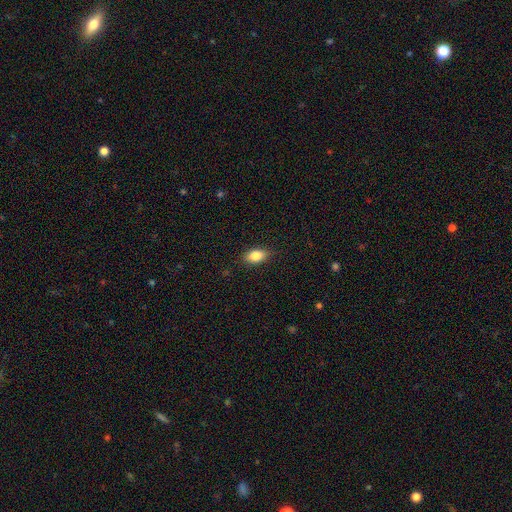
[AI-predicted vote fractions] Overall: smooth (83%). How rounded: in between (87%). Merging: none (86%).